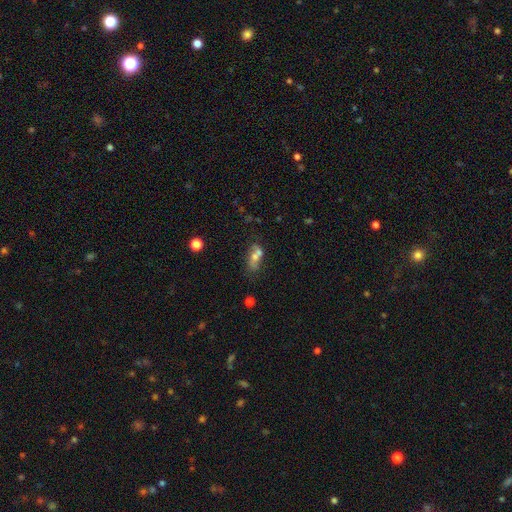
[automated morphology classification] This appears to be a smooth galaxy with no disk features (49%). Merging: merger (37%).